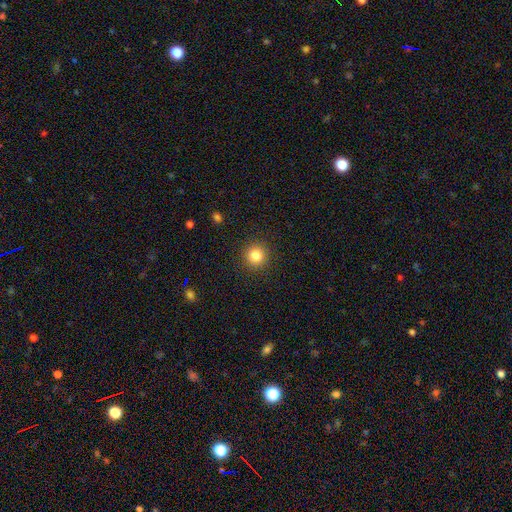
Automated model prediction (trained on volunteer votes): Smooth or featured?
  - smooth: 84% *
  - star or artifact: 11%
  - featured or disk: 5%
How rounded?
  - round: 95% *
  - in between: 5%
  - cigar-shaped: 1%
Merging?
  - none: 92% *
  - minor disturbance: 5%
  - major disturbance: 2%
  - merger: 1%